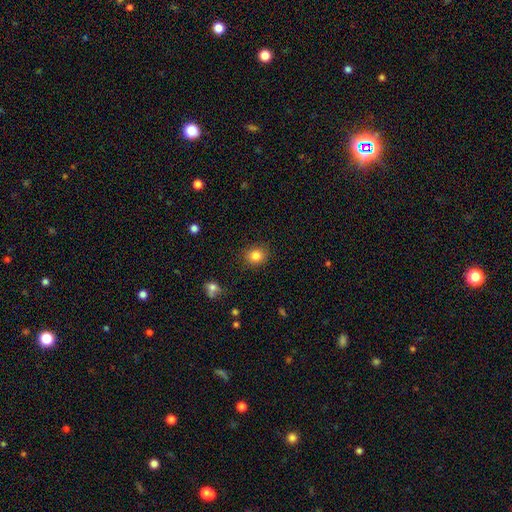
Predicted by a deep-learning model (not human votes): Smooth or featured? smooth (84%)
How rounded? round (74%)
Merging? none (88%)